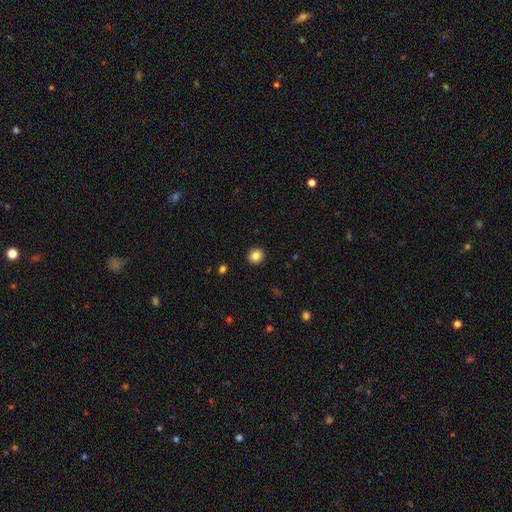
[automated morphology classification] Overall: smooth (85%). How rounded: round (89%). Merging: none (93%).